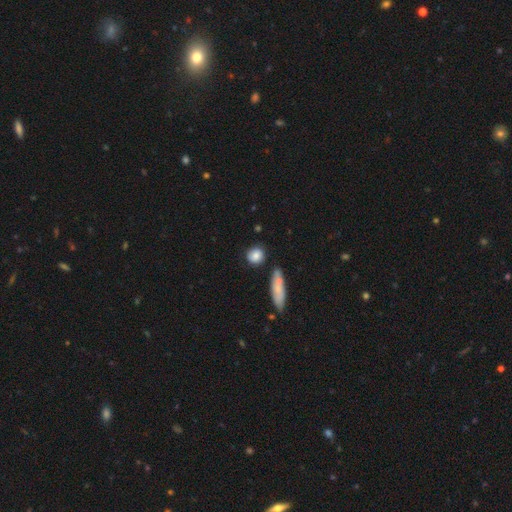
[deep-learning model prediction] A smooth galaxy with no disk features (82%) that is round (77%).

Vote fractions:
- Smooth or featured? smooth: 82% / featured or disk: 10% / star or artifact: 8%
- How rounded? round: 77% / in between: 19% / cigar-shaped: 4%
- Merging? none: 76% / minor disturbance: 14% / merger: 6% / major disturbance: 4%